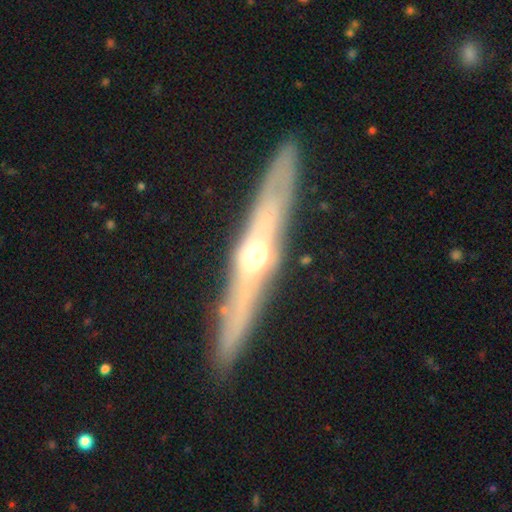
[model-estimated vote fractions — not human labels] Smooth or featured? featured or disk (75%)
Edge-on disk? yes (89%)
Edge-on bulge? rounded (88%)
Merging? none (89%)